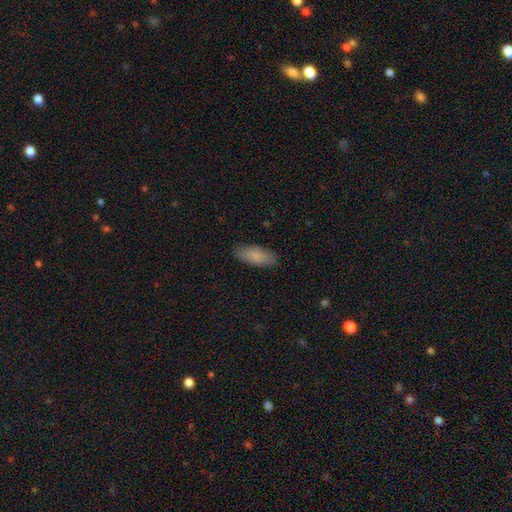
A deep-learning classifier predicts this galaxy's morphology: This is clearly a smooth galaxy (84%). How rounded: clearly in between (81%). Merging: clearly none (85%).